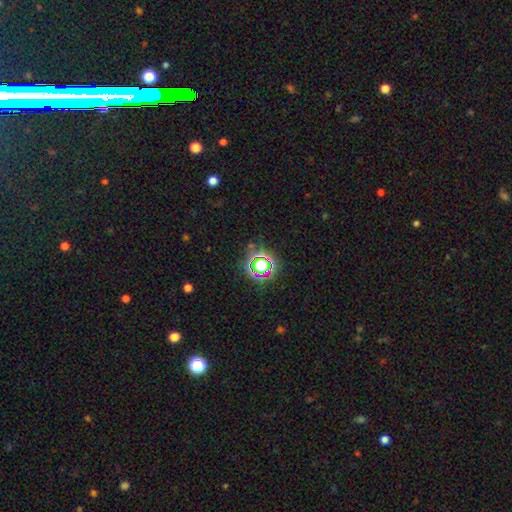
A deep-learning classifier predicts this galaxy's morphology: The model was most divided on "smooth or featured": star or artifact: 70%, smooth: 21%, featured or disk: 9%.